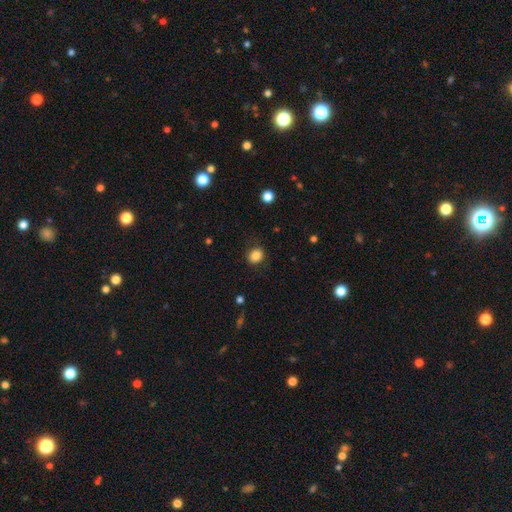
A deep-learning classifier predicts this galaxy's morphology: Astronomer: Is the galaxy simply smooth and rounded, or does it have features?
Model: smooth — 85%.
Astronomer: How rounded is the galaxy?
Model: round — 70%.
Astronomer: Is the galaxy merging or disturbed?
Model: none — 86%.